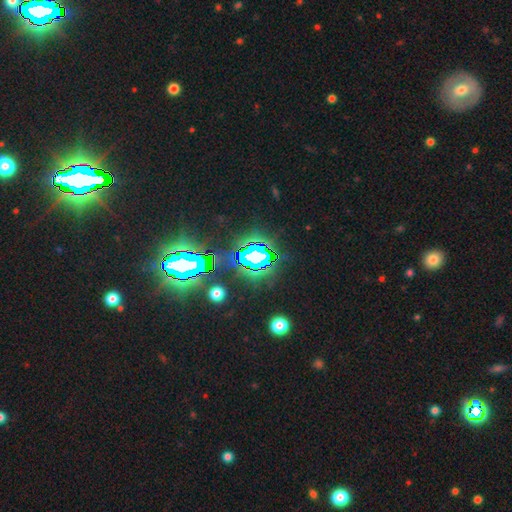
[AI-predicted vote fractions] star or artifact 78%, smooth 12%, featured or disk 10%.